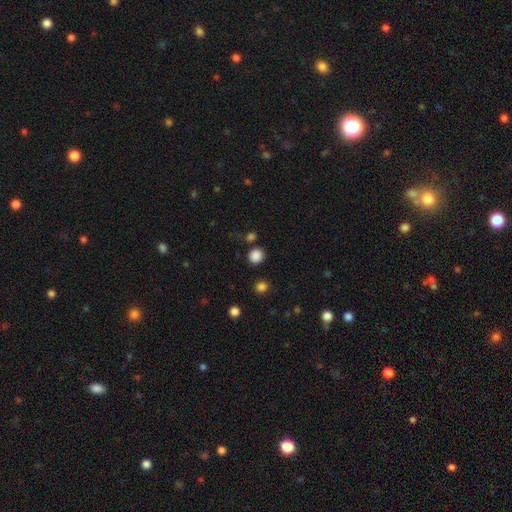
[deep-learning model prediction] Smooth or featured: smooth — 86% (star or artifact — 11%)
How rounded: round — 88% (in between — 11%)
Merging: none — 85% (minor disturbance — 8%)